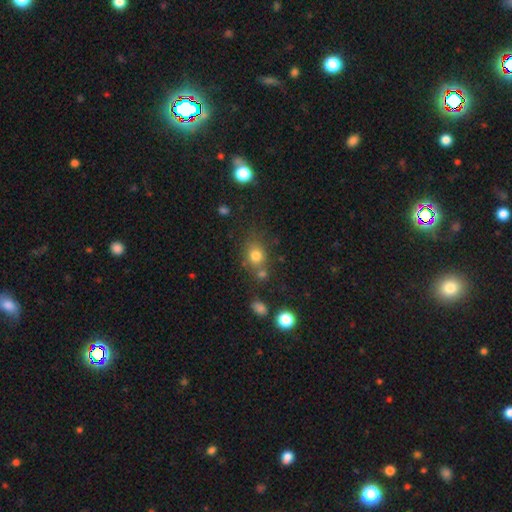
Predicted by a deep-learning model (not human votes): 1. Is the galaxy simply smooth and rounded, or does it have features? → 77% smooth, 14% star or artifact, 9% featured or disk.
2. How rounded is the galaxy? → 66% round, 33% in between, 1% cigar-shaped.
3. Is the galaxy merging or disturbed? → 63% none, 16% merger, 15% minor disturbance, 6% major disturbance.